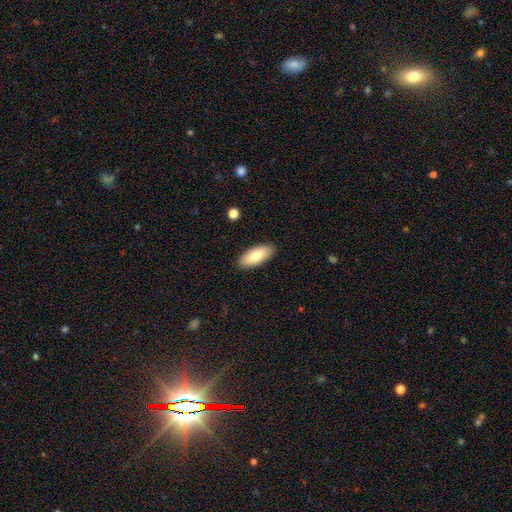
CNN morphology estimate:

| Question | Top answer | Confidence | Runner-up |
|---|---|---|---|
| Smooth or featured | smooth | 77% | featured or disk (17%) |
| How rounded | in between | 87% | cigar-shaped (11%) |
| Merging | none | 89% | minor disturbance (8%) |